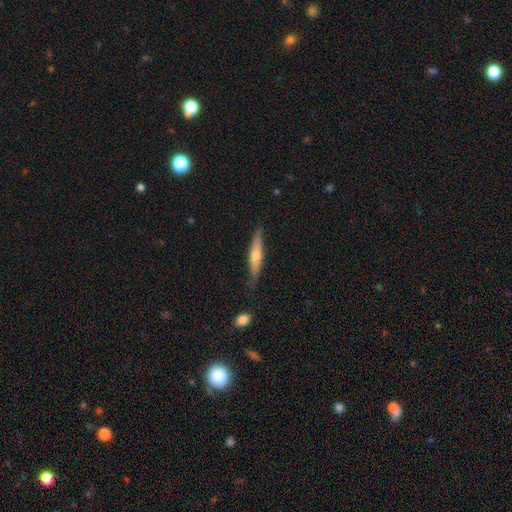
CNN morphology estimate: Smooth or featured?
  - featured or disk: 53% *
  - smooth: 41%
  - star or artifact: 6%
Edge-on disk?
  - yes: 93% *
  - no: 7%
Merging?
  - none: 83% *
  - minor disturbance: 13%
  - major disturbance: 2%
  - merger: 2%